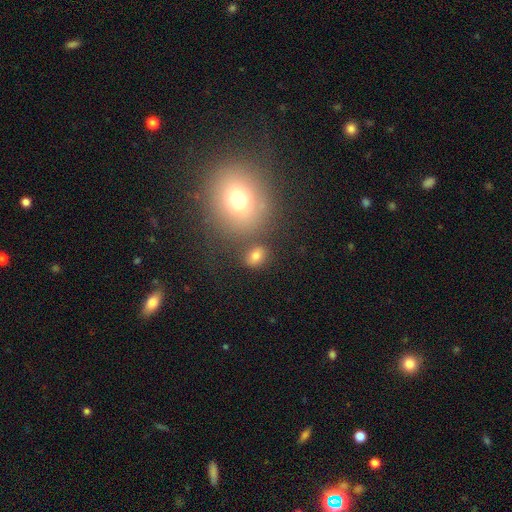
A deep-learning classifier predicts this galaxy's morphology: Q: Smooth or featured?
A: smooth (74%); runner-up: star or artifact (15%)
Q: How rounded?
A: in between (56%); runner-up: round (42%)
Q: Merging?
A: none (75%); runner-up: minor disturbance (11%)